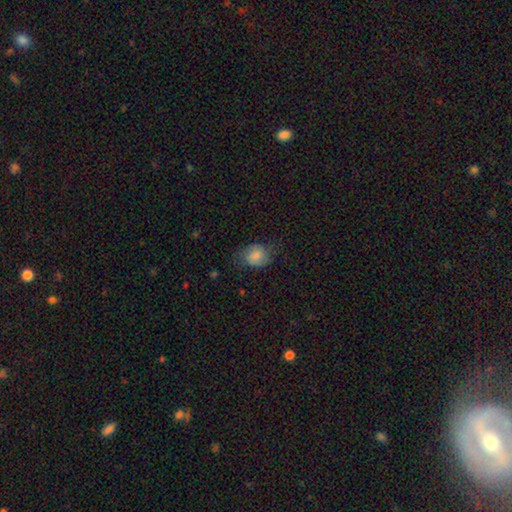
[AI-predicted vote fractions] A smooth galaxy with no disk features (69%) that is in between round and cigar-shaped (54%).

Vote fractions:
- Smooth or featured? smooth: 69% / featured or disk: 23% / star or artifact: 8%
- How rounded? in between: 54% / round: 45% / cigar-shaped: 1%
- Merging? none: 60% / minor disturbance: 27% / major disturbance: 12% / merger: 1%